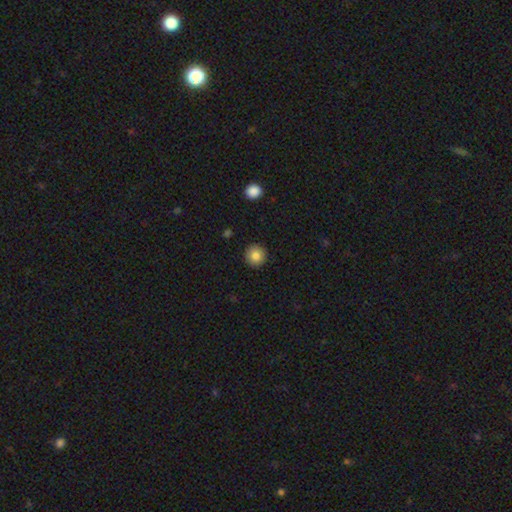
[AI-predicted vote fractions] Smooth or featured: smooth — 85% (star or artifact — 9%)
How rounded: round — 94% (in between — 5%)
Merging: none — 91% (minor disturbance — 6%)